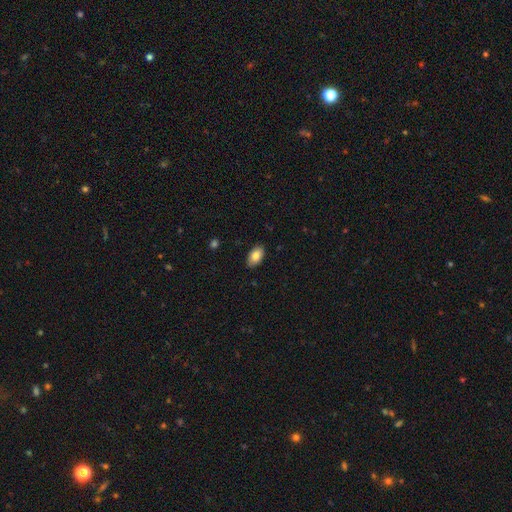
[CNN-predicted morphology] Smooth or featured? Predicted: smooth (p=0.81). How rounded? Predicted: in between (p=0.94). Merging? Predicted: none (p=0.87).